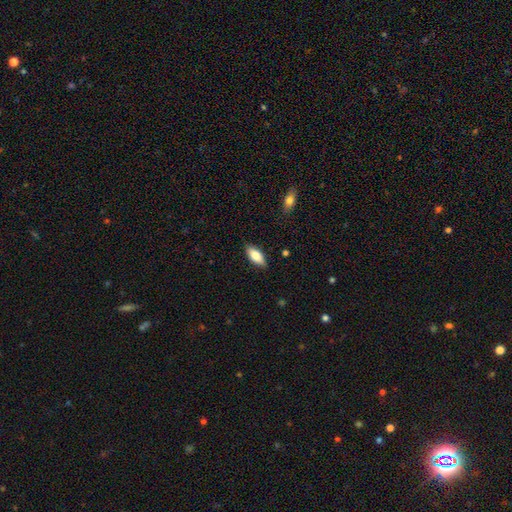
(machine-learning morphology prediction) The model was most divided on "smooth or featured": smooth: 79%, featured or disk: 14%, star or artifact: 6%. More confident: merging — none (86%); how rounded — in between (83%).